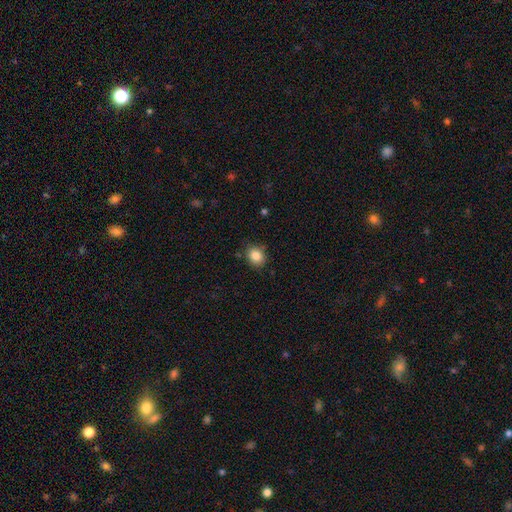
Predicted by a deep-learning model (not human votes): The model was most divided on "how rounded": round: 64%, in between: 36%, cigar-shaped: 1%. More confident: smooth or featured — smooth (85%); merging — none (84%).